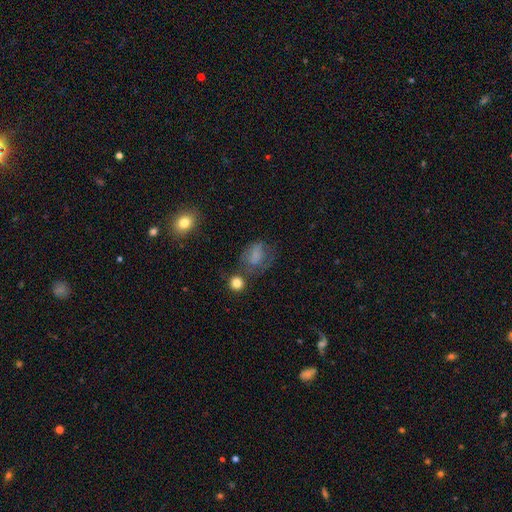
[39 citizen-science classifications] This is clearly a smooth galaxy (82%). How rounded: possibly in between (53%). Merging: possibly none (50%).